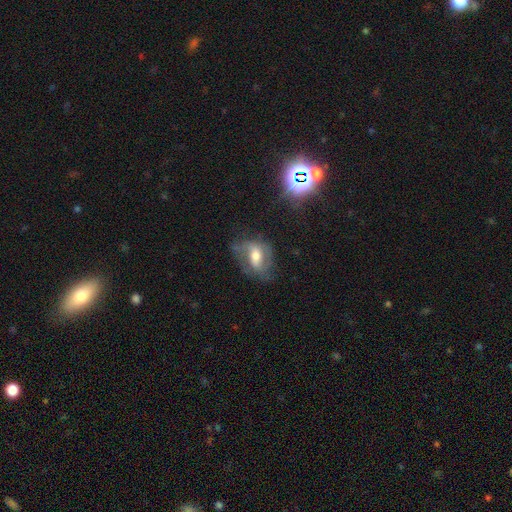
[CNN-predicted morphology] smooth-or-featured: featured or disk: 59% | smooth: 32% | star or artifact: 9%
  disk-edge-on: no: 94% | yes: 6%
    bar: weak: 43% | no: 31% | strong: 26%
    has-spiral-arms: yes: 72% | no: 28%
    bulge-size: moderate: 66% | large: 16% | small: 15% | none: 2% | dominant: 1%
  merging: none: 50% | minor disturbance: 27% | major disturbance: 21% | merger: 2%